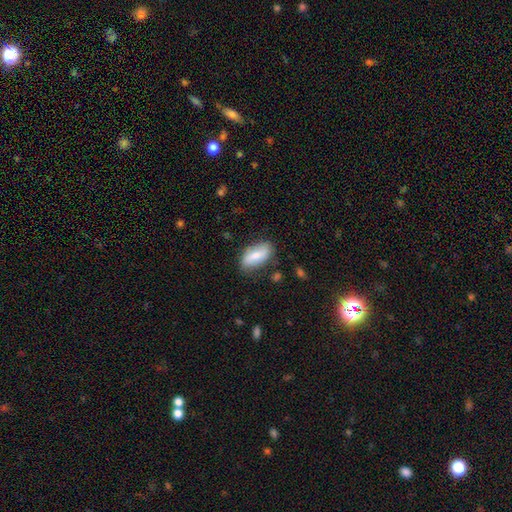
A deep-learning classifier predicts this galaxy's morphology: Smooth or featured? Predicted: smooth (p=0.69). How rounded? Predicted: in between (p=0.87). Merging? Predicted: none (p=0.77).